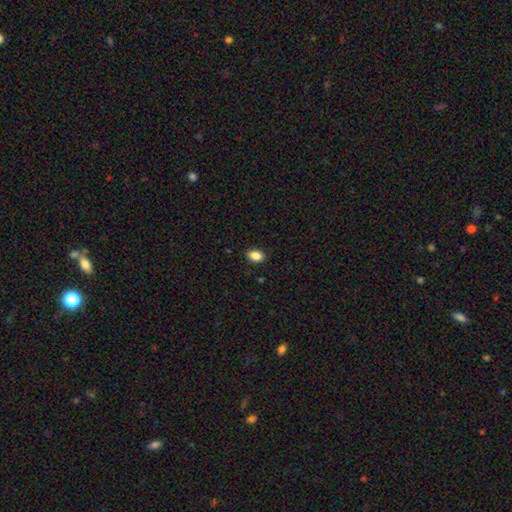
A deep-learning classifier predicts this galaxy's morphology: Q: Smooth or featured?
A: smooth (87%); runner-up: star or artifact (9%)
Q: How rounded?
A: in between (84%); runner-up: round (15%)
Q: Merging?
A: none (89%); runner-up: minor disturbance (8%)